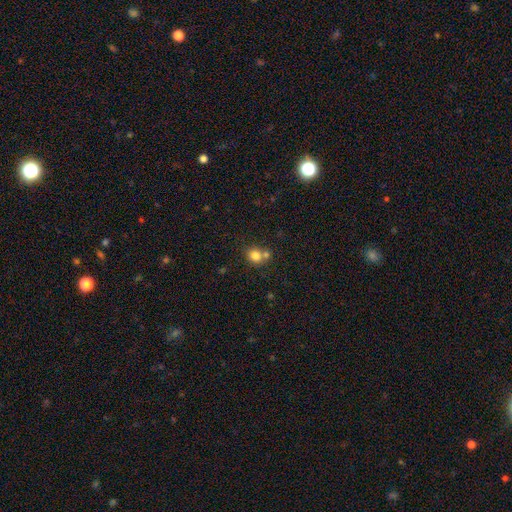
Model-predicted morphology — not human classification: This appears to be a smooth galaxy with no disk features (80%) that is round (79%). Merging: none (53%).